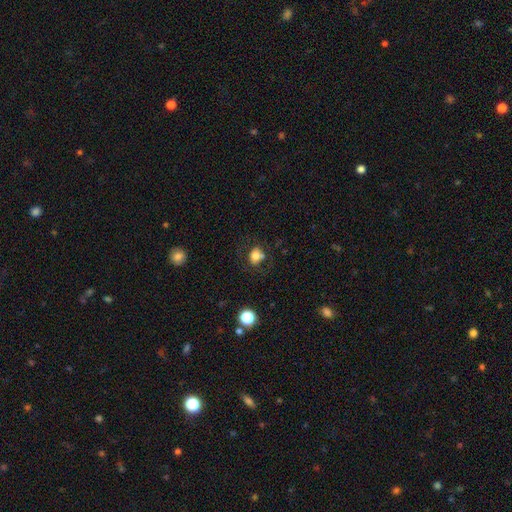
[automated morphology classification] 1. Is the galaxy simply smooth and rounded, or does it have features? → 76% smooth, 12% featured or disk, 12% star or artifact.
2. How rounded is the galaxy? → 53% in between, 46% round, 1% cigar-shaped.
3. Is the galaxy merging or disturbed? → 59% none, 18% minor disturbance, 15% merger, 8% major disturbance.